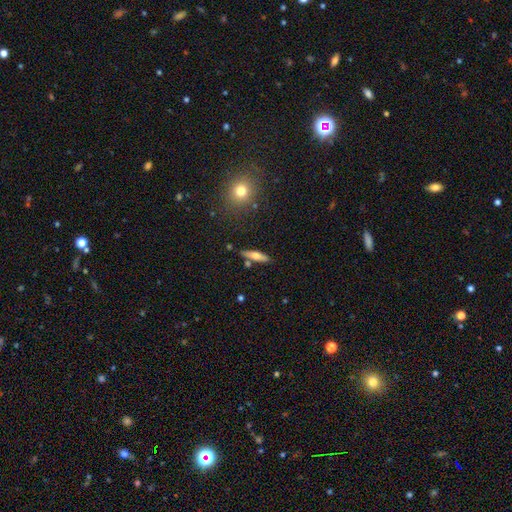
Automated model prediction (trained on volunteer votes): smooth-or-featured: smooth: 57% | featured or disk: 36% | star or artifact: 7%
  how-rounded: cigar-shaped: 70% | in between: 27% | round: 3%
  merging: none: 80% | minor disturbance: 11% | merger: 7% | major disturbance: 3%